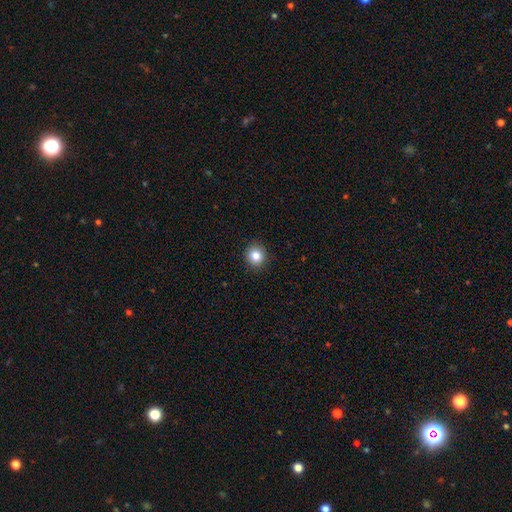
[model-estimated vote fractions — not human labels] smooth 83%, star or artifact 11%, featured or disk 7%. Down the decision tree: how rounded — round (90%); merging — none (92%).